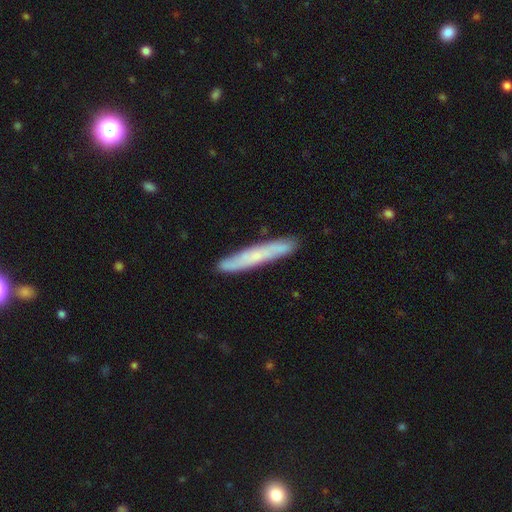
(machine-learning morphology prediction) Smooth or featured: featured or disk — 49% (smooth — 45%)
Merging: none — 87% (minor disturbance — 10%)